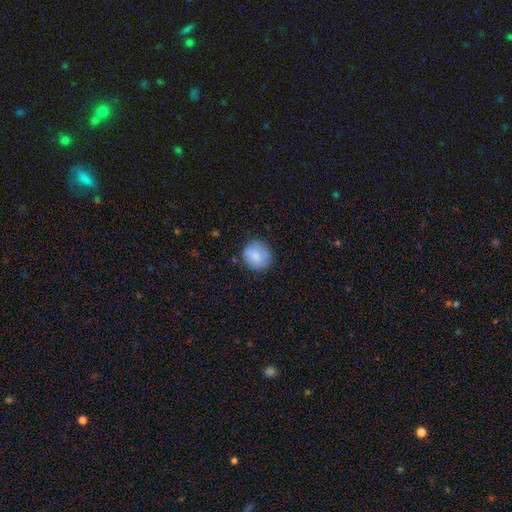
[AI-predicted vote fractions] Smooth or featured? Predicted: smooth (p=0.82). How rounded? Predicted: round (p=0.88). Merging? Predicted: none (p=0.81).